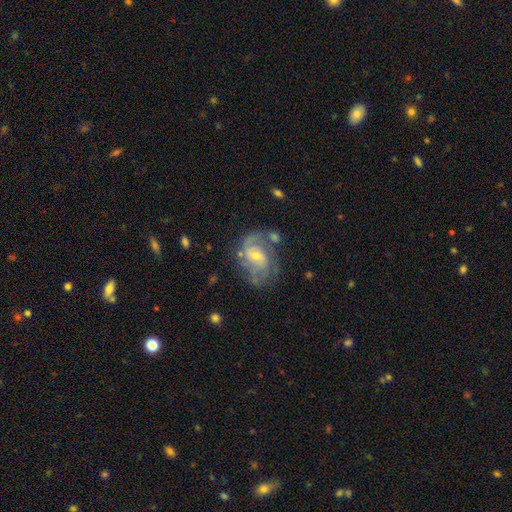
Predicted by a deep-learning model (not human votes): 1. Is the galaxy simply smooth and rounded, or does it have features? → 83% featured or disk, 10% smooth, 7% star or artifact.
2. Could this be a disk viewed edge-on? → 98% no, 2% yes.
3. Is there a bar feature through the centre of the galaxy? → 48% weak, 43% no, 9% strong.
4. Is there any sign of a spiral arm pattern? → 93% yes, 7% no.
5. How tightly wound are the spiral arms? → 46% medium, 36% tight, 18% loose.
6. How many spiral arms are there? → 56% 2, 20% can't tell, 12% 3, 6% 1, 3% 4, 3% more than 4.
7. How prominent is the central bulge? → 57% small, 38% moderate, 2% none, 2% large, 1% dominant.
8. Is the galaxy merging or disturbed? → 58% none, 21% minor disturbance, 14% major disturbance, 7% merger.